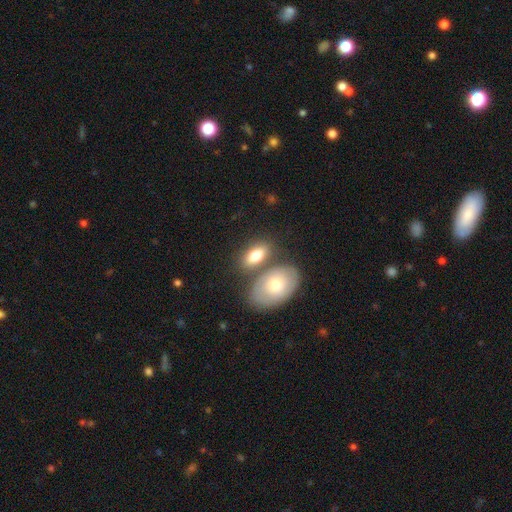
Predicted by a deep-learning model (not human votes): The model was most divided on "merging": none: 54%, merger: 28%, minor disturbance: 13%, major disturbance: 4%. More confident: how rounded — in between (89%); smooth or featured — smooth (74%).